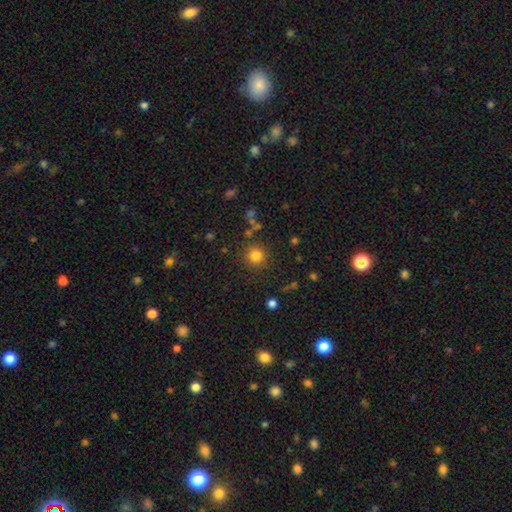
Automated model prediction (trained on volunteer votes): Q: Smooth or featured?
A: smooth (81%); runner-up: star or artifact (13%)
Q: How rounded?
A: round (94%); runner-up: in between (5%)
Q: Merging?
A: none (86%); runner-up: minor disturbance (8%)